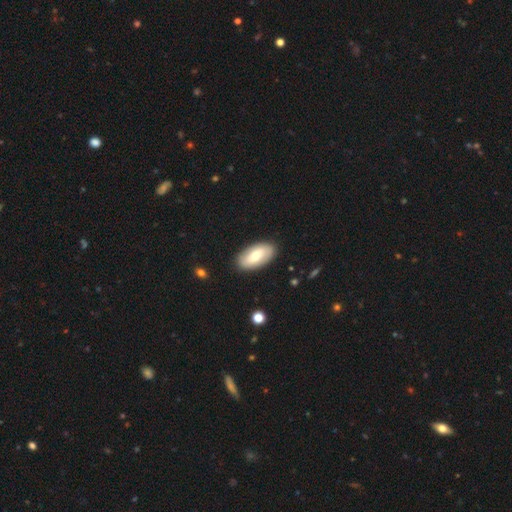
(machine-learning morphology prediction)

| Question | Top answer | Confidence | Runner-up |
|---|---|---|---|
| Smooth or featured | smooth | 65% | featured or disk (30%) |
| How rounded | in between | 93% | cigar-shaped (4%) |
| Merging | none | 89% | minor disturbance (8%) |